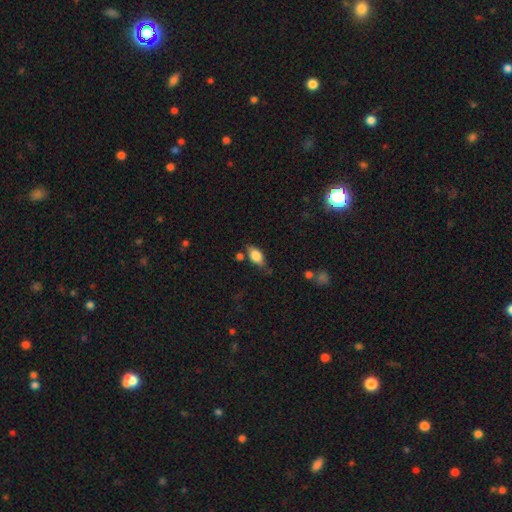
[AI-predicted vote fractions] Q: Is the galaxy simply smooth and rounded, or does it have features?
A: smooth — 79%.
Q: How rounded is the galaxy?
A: in between — 89%.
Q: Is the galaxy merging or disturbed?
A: none — 70%.